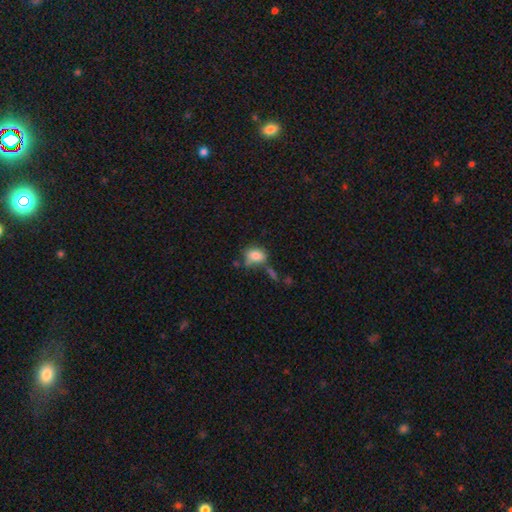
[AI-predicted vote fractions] smooth 79%, featured or disk 11%, star or artifact 10%. Down the decision tree: how rounded — in between (65%); merging — none (51%).